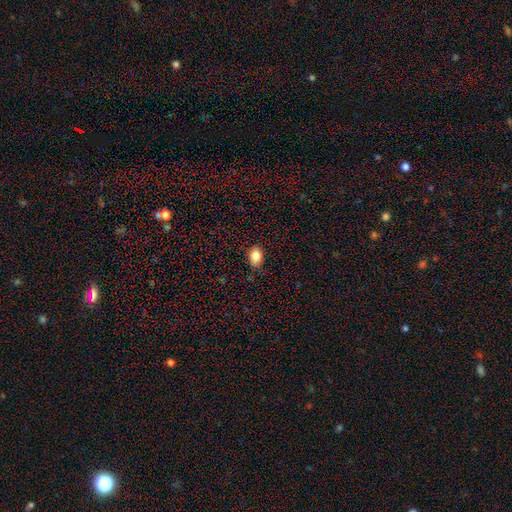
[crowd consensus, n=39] smooth_or_featured: smooth (p=0.87) [alt: star or artifact p=0.10]
how_rounded: in between (p=0.65) [alt: round p=0.35]
merging: none (p=0.74) [alt: minor disturbance p=0.20]